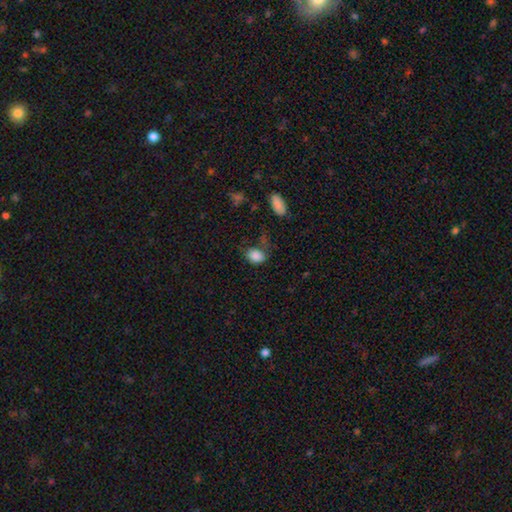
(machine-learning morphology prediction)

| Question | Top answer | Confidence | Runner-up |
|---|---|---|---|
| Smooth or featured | smooth | 85% | star or artifact (10%) |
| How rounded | in between | 70% | round (29%) |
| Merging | none | 52% | minor disturbance (28%) |